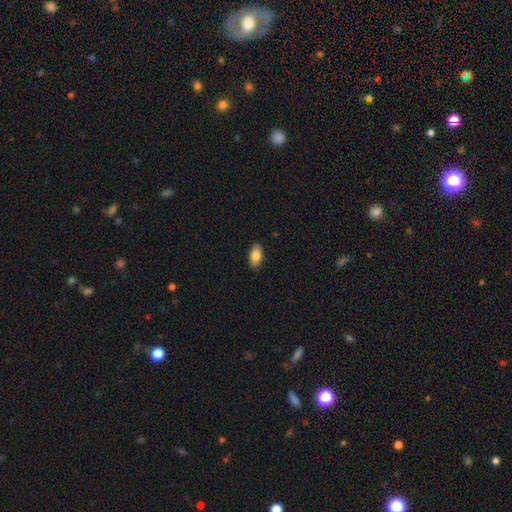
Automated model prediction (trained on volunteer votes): Overall: smooth (85%). How rounded: in between (93%). Merging: none (88%).